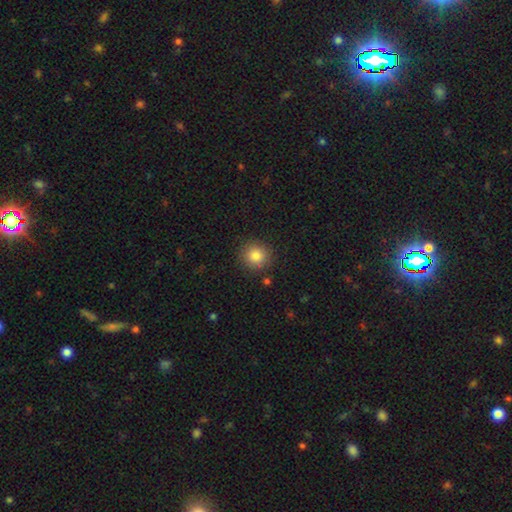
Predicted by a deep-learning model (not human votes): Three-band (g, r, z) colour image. It shows a smooth galaxy with no disk features (84%) that is round (92%). Merging: none (89%).